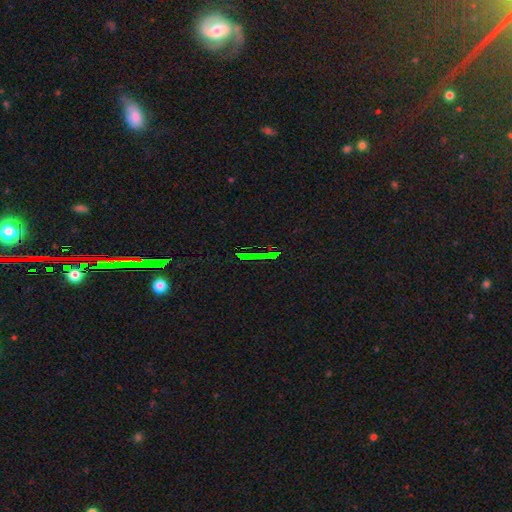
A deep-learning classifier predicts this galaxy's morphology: This is likely a star or artifact rather than a galaxy (65%).